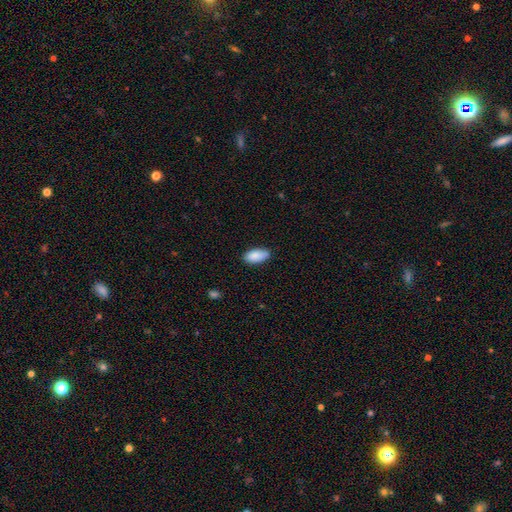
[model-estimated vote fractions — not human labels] Morphology: type=smooth (89%); roundness=in between (92%); merging=none (80%).